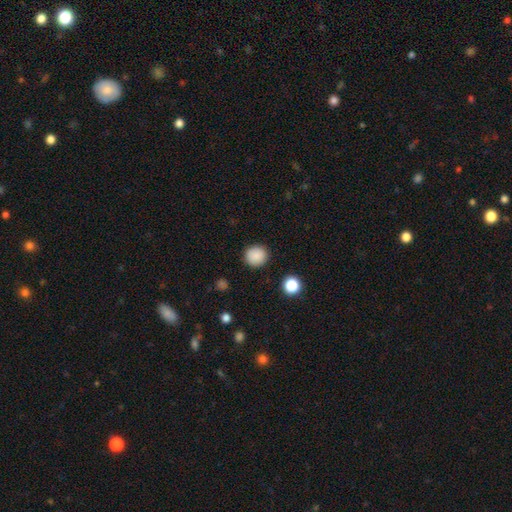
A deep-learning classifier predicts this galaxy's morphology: The model was most divided on "smooth or featured": smooth: 87%, star or artifact: 10%, featured or disk: 3%. More confident: how rounded — round (91%); merging — none (91%).